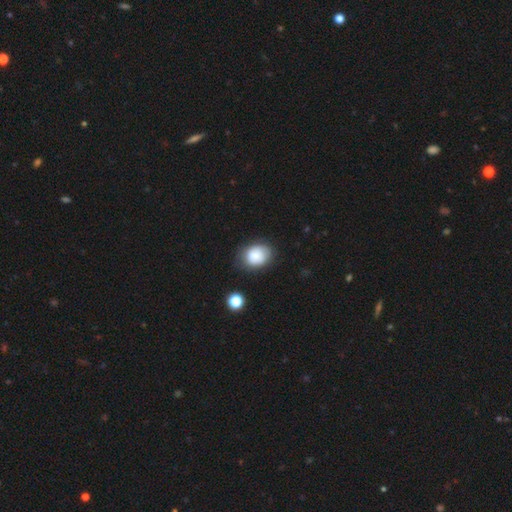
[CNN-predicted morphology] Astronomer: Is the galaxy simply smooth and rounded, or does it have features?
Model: smooth — 83%.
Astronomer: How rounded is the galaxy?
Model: round — 50% (runner-up: in between, 49%).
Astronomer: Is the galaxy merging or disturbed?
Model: none — 70%.